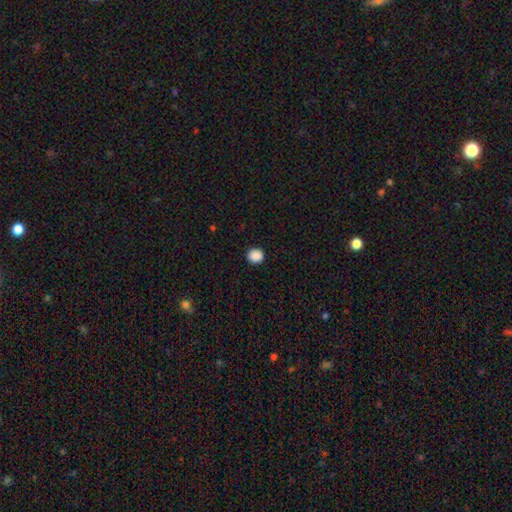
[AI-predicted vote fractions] A smooth galaxy with no disk features (89%) that is round (83%). Merging: none (92%).